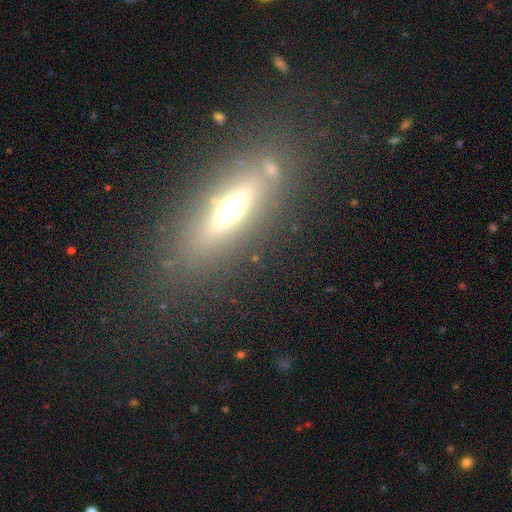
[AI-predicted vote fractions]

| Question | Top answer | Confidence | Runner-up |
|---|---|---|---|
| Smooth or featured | featured or disk | 49% | smooth (37%) |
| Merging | none | 79% | minor disturbance (11%) |